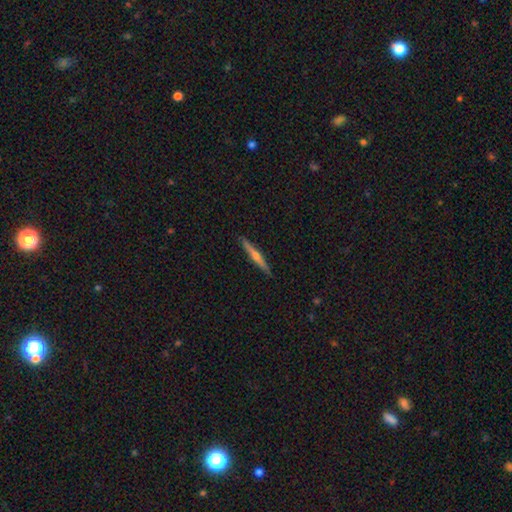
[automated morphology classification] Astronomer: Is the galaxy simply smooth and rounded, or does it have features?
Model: featured or disk — 72%.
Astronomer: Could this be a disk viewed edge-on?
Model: yes — 98%.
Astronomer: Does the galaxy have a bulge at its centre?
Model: rounded — 86%.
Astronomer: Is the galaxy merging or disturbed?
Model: none — 92%.